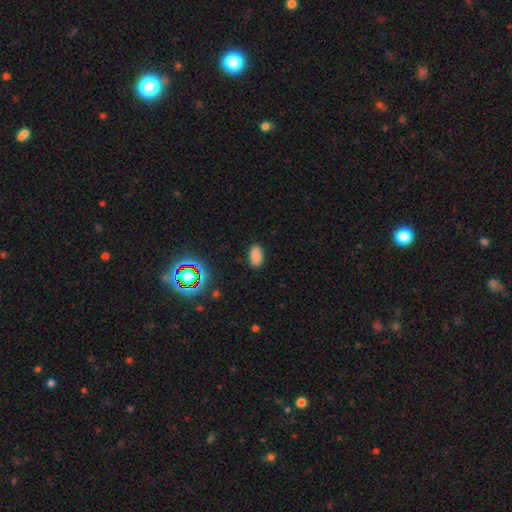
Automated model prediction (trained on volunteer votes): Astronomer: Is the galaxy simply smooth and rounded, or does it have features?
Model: smooth — 82%.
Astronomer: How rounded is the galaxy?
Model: in between — 92%.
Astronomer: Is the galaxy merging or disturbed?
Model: none — 86%.